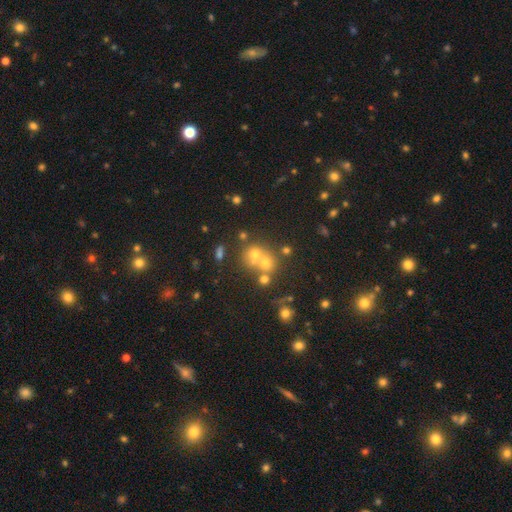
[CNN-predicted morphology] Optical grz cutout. It shows a smooth galaxy with no disk features (52%) that is round (77%). Merging: merger (46%).